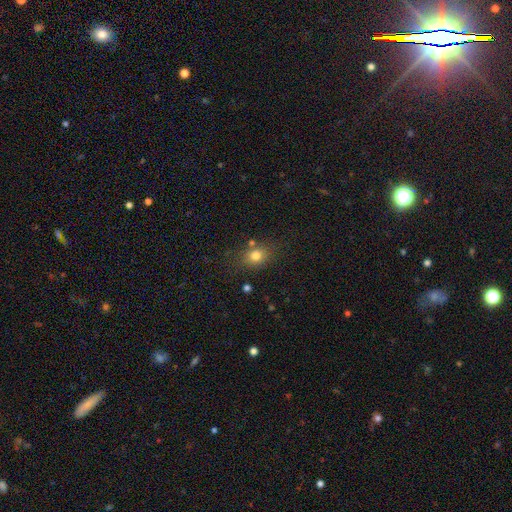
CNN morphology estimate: smooth-or-featured: smooth: 78% | star or artifact: 13% | featured or disk: 10%
  how-rounded: in between: 52% | round: 47% | cigar-shaped: 1%
  merging: none: 74% | minor disturbance: 14% | merger: 7% | major disturbance: 4%